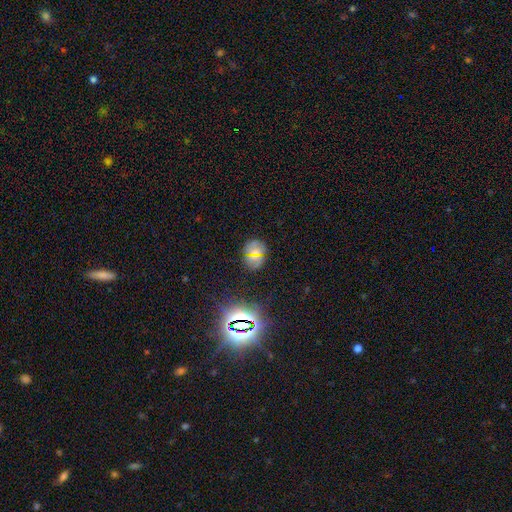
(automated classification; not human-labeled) This appears to be a smooth galaxy with no disk features (39%). Merging: none (78%).